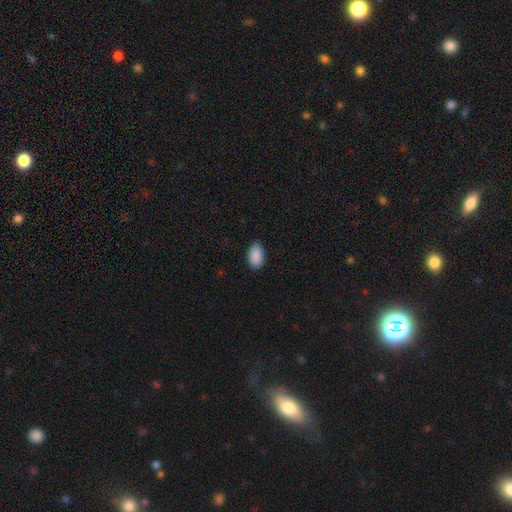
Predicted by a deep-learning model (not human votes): smooth 90%, star or artifact 7%, featured or disk 3%. Down the decision tree: how rounded — in between (94%); merging — none (83%).